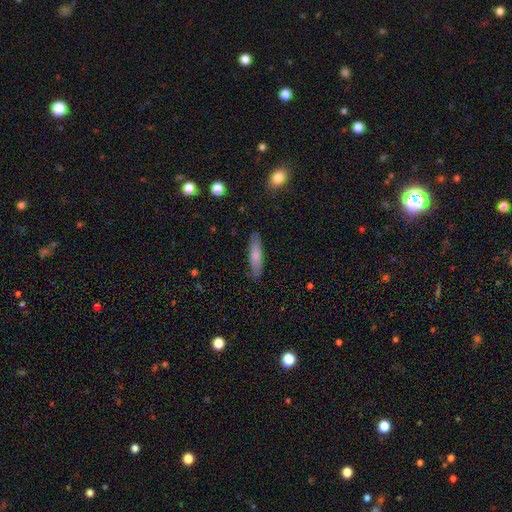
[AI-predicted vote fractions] Morphology: type=smooth (71%); roundness=cigar-shaped (73%); merging=none (86%).